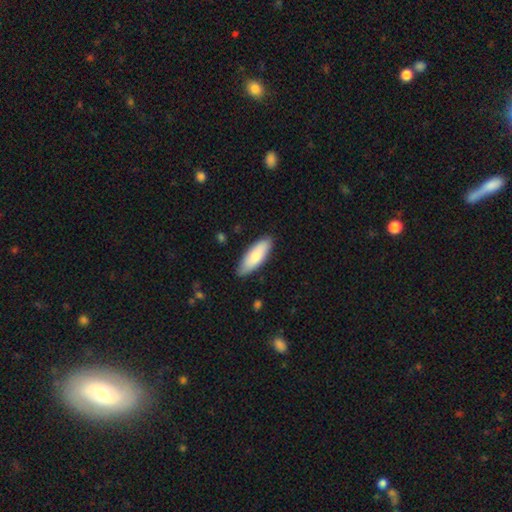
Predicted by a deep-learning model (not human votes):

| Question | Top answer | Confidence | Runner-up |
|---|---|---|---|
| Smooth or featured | smooth | 80% | featured or disk (15%) |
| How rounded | in between | 64% | cigar-shaped (34%) |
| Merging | none | 86% | minor disturbance (11%) |